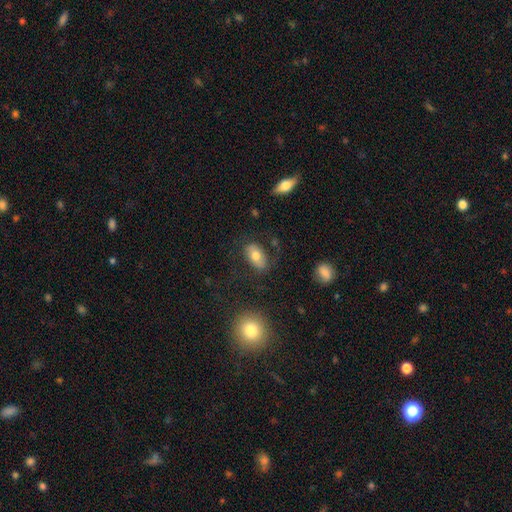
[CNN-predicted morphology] smooth 72%, featured or disk 20%, star or artifact 8%. Down the decision tree: how rounded — in between (90%); merging — none (76%).